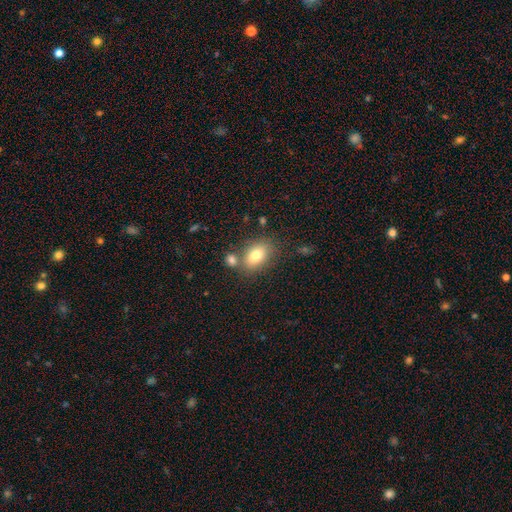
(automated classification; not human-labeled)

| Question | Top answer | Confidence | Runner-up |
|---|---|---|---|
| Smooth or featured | smooth | 78% | featured or disk (13%) |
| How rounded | in between | 83% | round (15%) |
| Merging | none | 66% | merger (16%) |